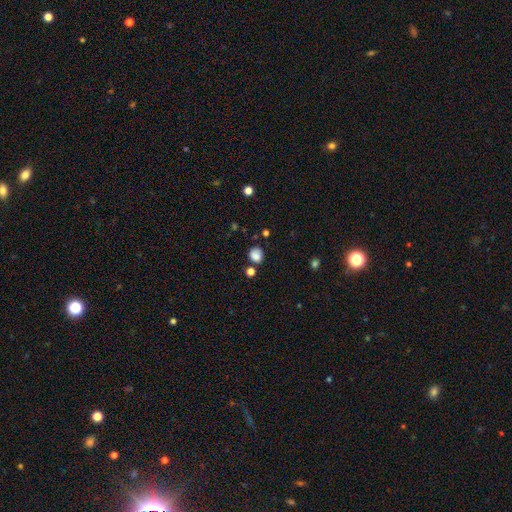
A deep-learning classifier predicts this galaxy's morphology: smooth-or-featured: smooth: 81% | star or artifact: 12% | featured or disk: 6%
  how-rounded: round: 77% | in between: 22% | cigar-shaped: 1%
  merging: none: 72% | minor disturbance: 15% | merger: 8% | major disturbance: 5%